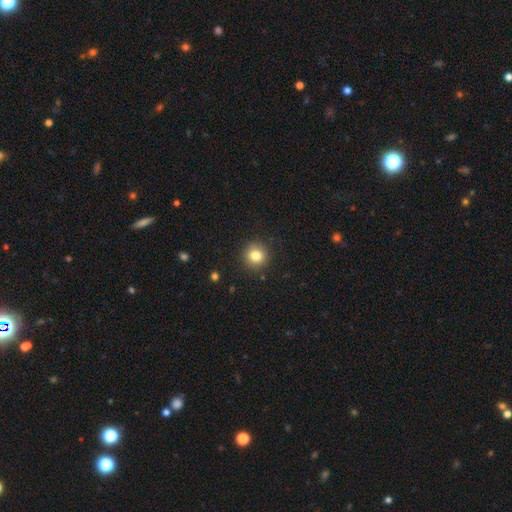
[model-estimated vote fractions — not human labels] Q: Smooth or featured?
A: smooth (82%); runner-up: star or artifact (11%)
Q: How rounded?
A: round (92%); runner-up: in between (7%)
Q: Merging?
A: none (90%); runner-up: minor disturbance (7%)